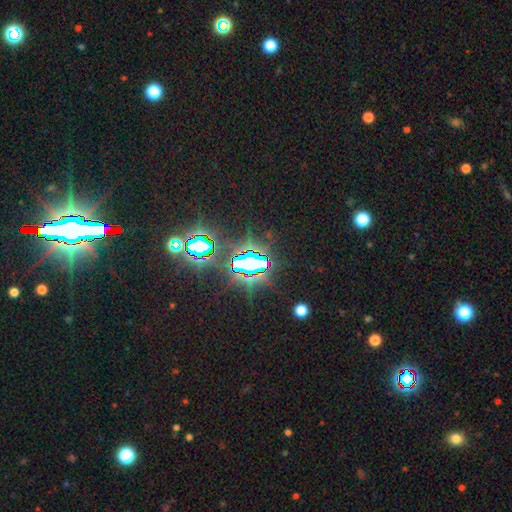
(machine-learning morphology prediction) Q: Smooth or featured?
A: star or artifact (82%); runner-up: smooth (10%)